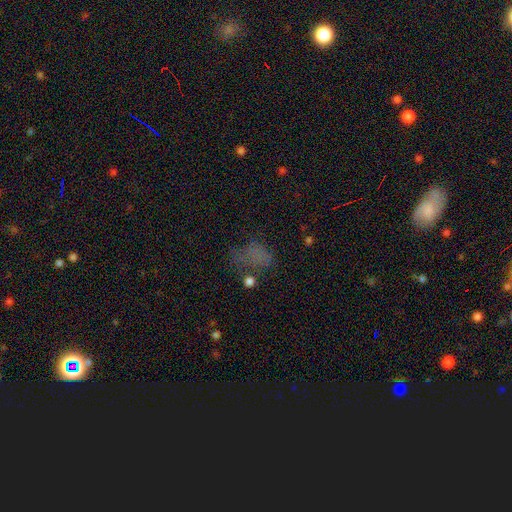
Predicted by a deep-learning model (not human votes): The model was most divided on "merging": none: 45%, major disturbance: 27%, minor disturbance: 22%, merger: 7%. More confident: how rounded — in between (69%); smooth or featured — smooth (57%).